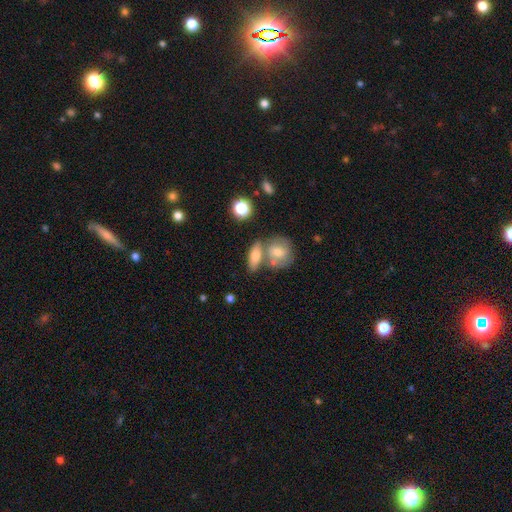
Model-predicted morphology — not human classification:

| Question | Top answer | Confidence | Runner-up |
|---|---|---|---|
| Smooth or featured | smooth | 70% | featured or disk (23%) |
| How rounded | in between | 63% | cigar-shaped (23%) |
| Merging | none | 52% | merger (33%) |